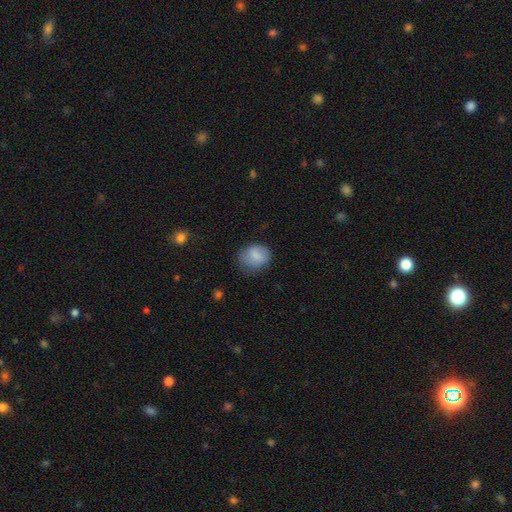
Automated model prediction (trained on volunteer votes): This is likely a smooth galaxy (80%). How rounded: possibly round (55%). Merging: likely none (62%).